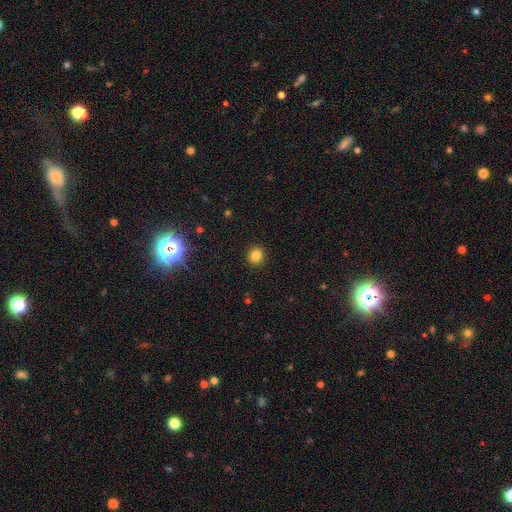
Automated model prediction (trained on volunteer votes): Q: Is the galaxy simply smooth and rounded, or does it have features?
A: smooth — 82%.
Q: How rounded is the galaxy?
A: round — 87%.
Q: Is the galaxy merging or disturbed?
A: none — 91%.